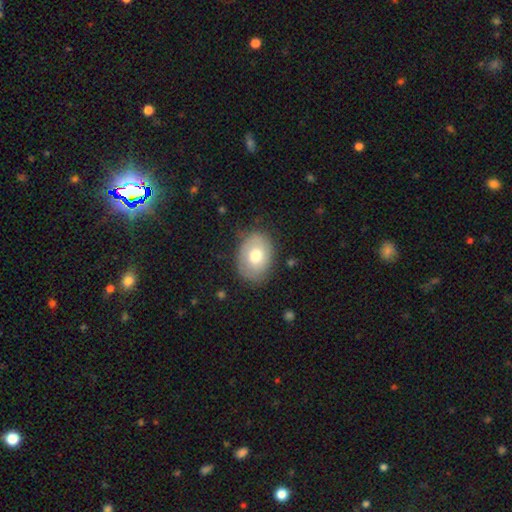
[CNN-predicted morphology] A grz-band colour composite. It shows a smooth galaxy with no disk features (68%) that is in between round and cigar-shaped (73%). Merging: none (76%).